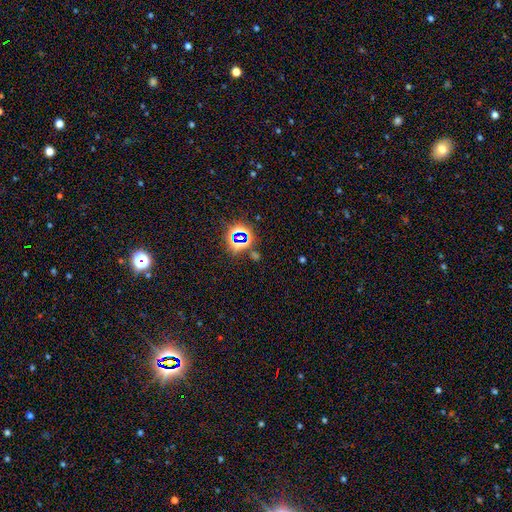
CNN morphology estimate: type=star or artifact (76%).